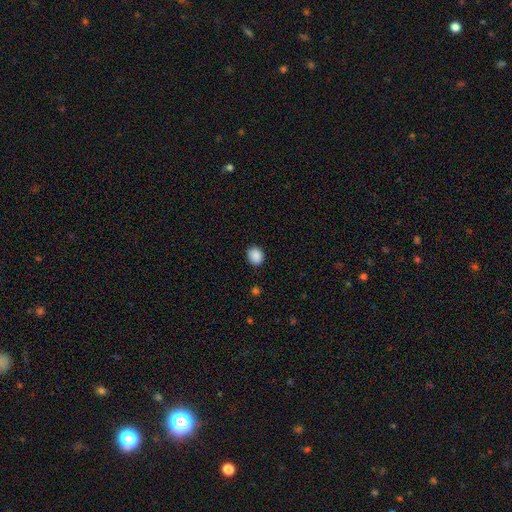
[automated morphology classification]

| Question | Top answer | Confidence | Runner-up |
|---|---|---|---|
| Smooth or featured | smooth | 89% | star or artifact (8%) |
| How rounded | round | 61% | in between (38%) |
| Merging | none | 88% | minor disturbance (9%) |